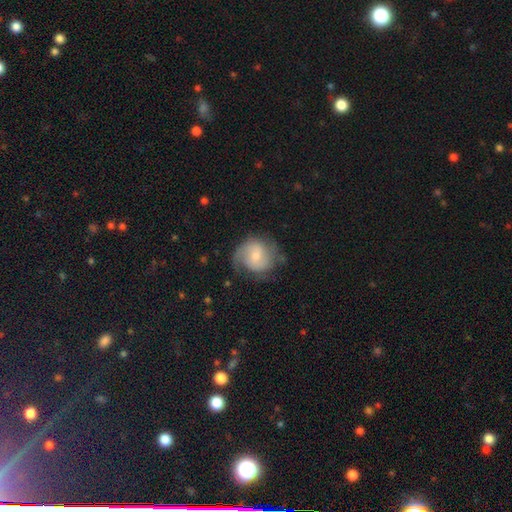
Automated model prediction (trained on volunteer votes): A featured or disk galaxy (62%) with no bar (51%), 2 (66%) medium (44%) spiral arms (90%) and a small central bulge (45%).

Vote fractions:
- Smooth or featured? featured or disk: 62% / smooth: 31% / star or artifact: 6%
- Edge-on disk? no: 98% / yes: 2%
- Bar? no: 51% / weak: 42% / strong: 7%
- Spiral arms? yes: 90% / no: 10%
- Spiral winding? medium: 44% / tight: 32% / loose: 24%
- Spiral arm count? 2: 66% / 1: 14% / can't tell: 13% / 3: 4% / 4: 1% / more than 4: 1%
- Bulge size? small: 45% / moderate: 44% / large: 5% / none: 5% / dominant: 1%
- Merging? none: 61% / minor disturbance: 24% / major disturbance: 13% / merger: 2%